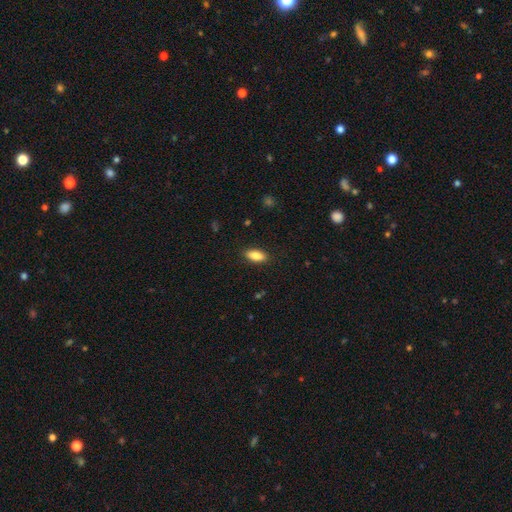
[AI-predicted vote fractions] Smooth or featured?
  - smooth: 85% *
  - featured or disk: 8%
  - star or artifact: 7%
How rounded?
  - in between: 86% *
  - cigar-shaped: 12%
  - round: 3%
Merging?
  - none: 88% *
  - minor disturbance: 9%
  - major disturbance: 2%
  - merger: 1%